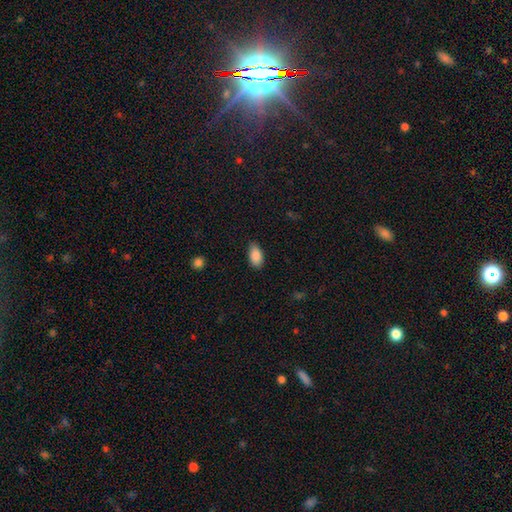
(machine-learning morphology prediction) A smooth galaxy with no disk features (89%) that is in between round and cigar-shaped (94%).

Vote fractions:
- Smooth or featured? smooth: 89% / star or artifact: 7% / featured or disk: 4%
- How rounded? in between: 94% / round: 3% / cigar-shaped: 3%
- Merging? none: 83% / minor disturbance: 13% / major disturbance: 3% / merger: 1%